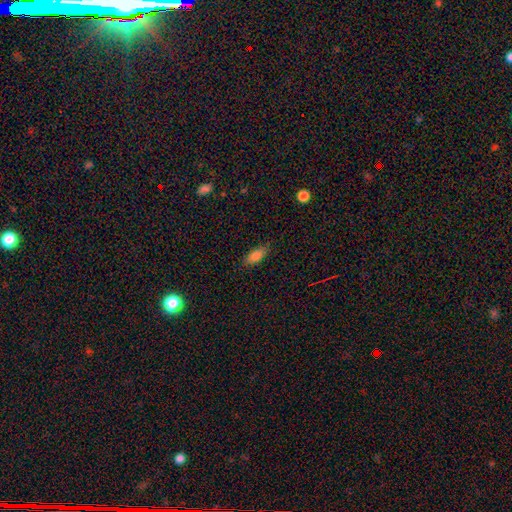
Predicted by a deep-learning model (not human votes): smooth_or_featured: smooth (p=0.82) [alt: featured or disk p=0.09]
how_rounded: in between (p=0.80) [alt: cigar-shaped p=0.18]
merging: none (p=0.82) [alt: minor disturbance p=0.14]